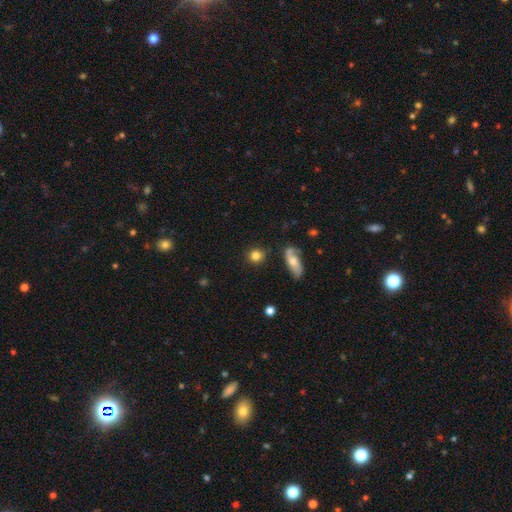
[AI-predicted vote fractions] A smooth galaxy with no disk features (81%) that is round (85%).

Vote fractions:
- Smooth or featured? smooth: 81% / featured or disk: 10% / star or artifact: 9%
- How rounded? round: 85% / in between: 13% / cigar-shaped: 2%
- Merging? none: 83% / minor disturbance: 9% / merger: 4% / major disturbance: 4%